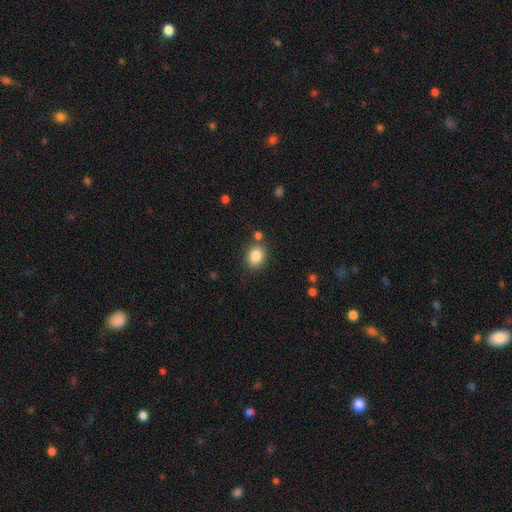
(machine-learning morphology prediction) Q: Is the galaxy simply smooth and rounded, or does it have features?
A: smooth — 85%.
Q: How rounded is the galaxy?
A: round — 59%.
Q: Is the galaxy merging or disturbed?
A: none — 80%.